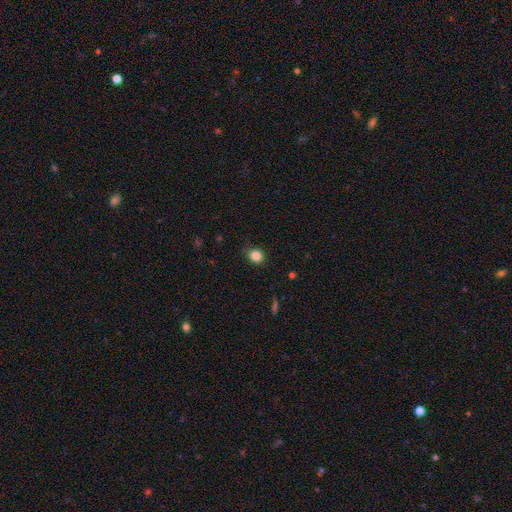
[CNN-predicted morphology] The model was most divided on "how rounded": round: 78%, in between: 21%, cigar-shaped: 1%. More confident: smooth or featured — smooth (85%); merging — none (81%).